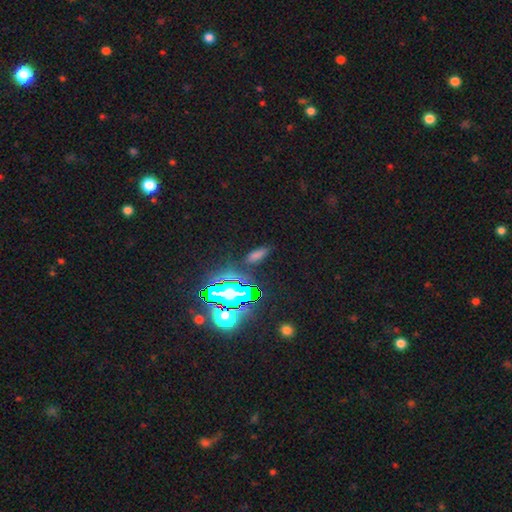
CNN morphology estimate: Smooth or featured: smooth — 50% (star or artifact — 39%)
Merging: none — 83% (minor disturbance — 10%)